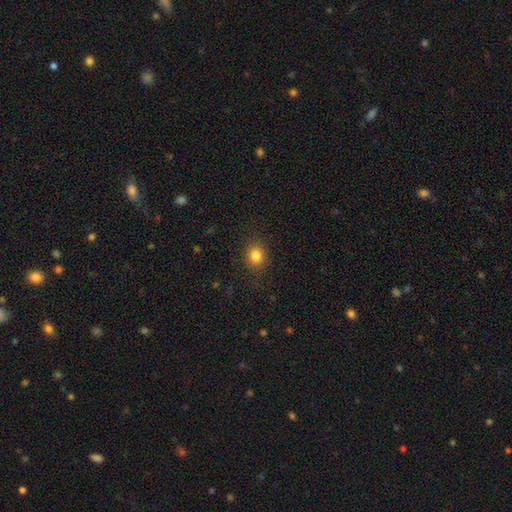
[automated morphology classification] type=smooth (83%); roundness=round (72%); merging=none (88%).